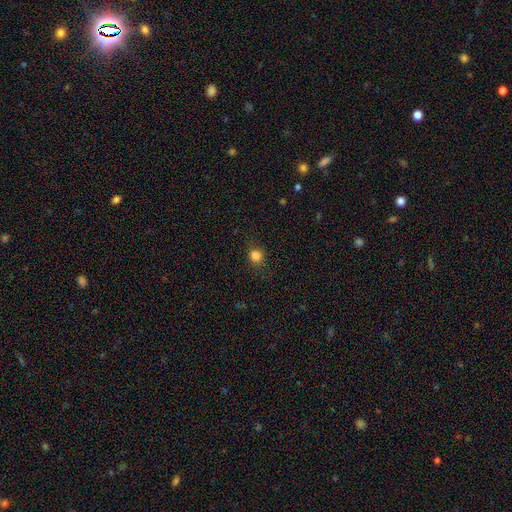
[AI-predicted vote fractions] smooth 82%, star or artifact 13%, featured or disk 5%. Down the decision tree: how rounded — round (82%); merging — none (80%).